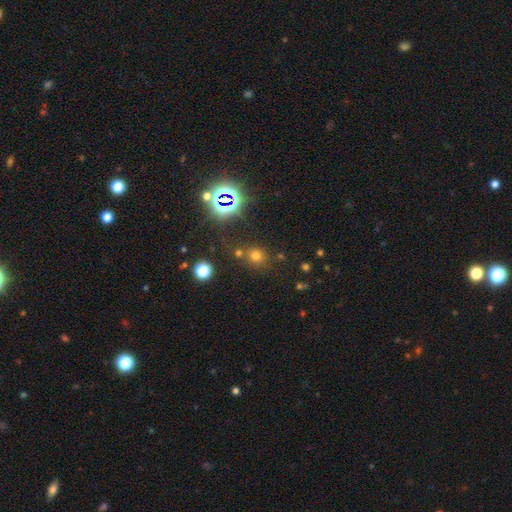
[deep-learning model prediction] Overall: smooth (62%; star or artifact 30%). How rounded: round (85%). Merging: none (72%).